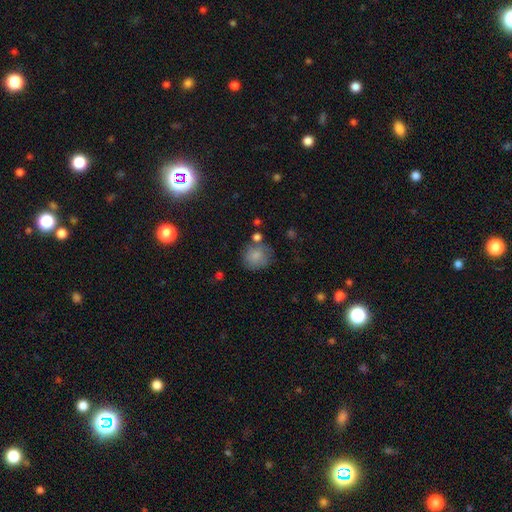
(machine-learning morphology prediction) Smooth or featured? smooth (81%)
How rounded? round (82%)
Merging? none (65%)